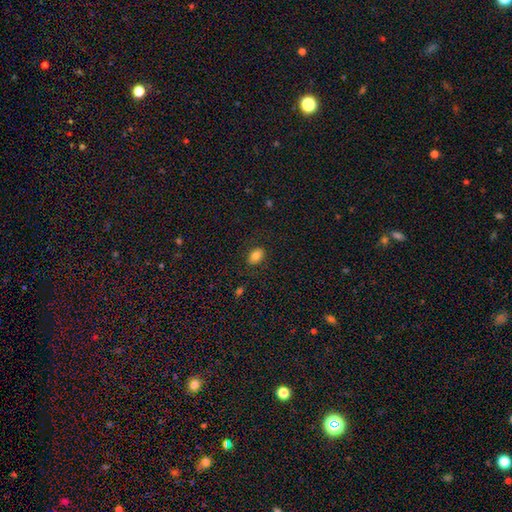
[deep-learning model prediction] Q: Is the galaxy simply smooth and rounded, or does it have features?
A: smooth — 82%.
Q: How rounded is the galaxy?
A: in between — 81%.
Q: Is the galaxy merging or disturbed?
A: none — 85%.